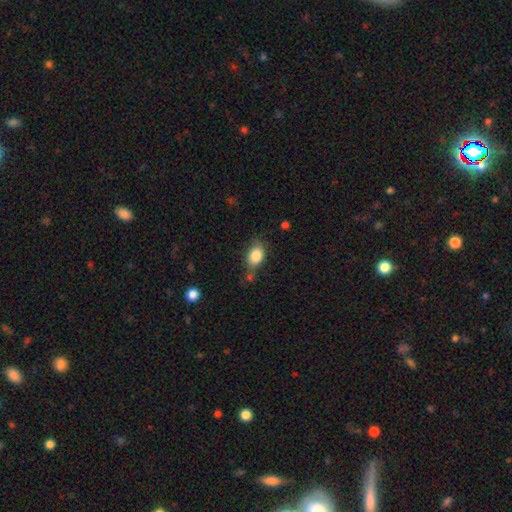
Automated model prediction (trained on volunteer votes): Smooth or featured?
  - smooth: 83% *
  - featured or disk: 9%
  - star or artifact: 8%
How rounded?
  - in between: 78% *
  - round: 20%
  - cigar-shaped: 2%
Merging?
  - none: 58% *
  - minor disturbance: 25%
  - merger: 9%
  - major disturbance: 8%